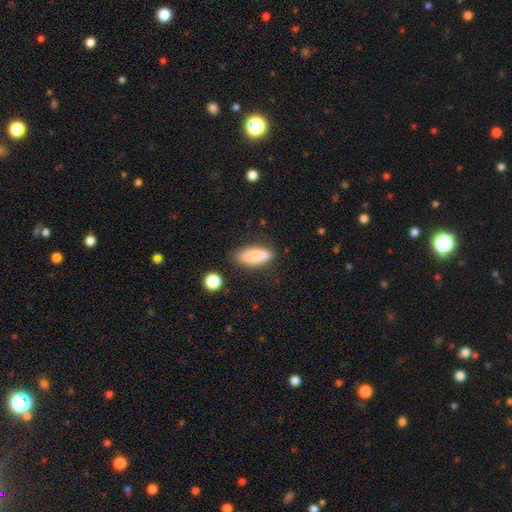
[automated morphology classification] smooth-or-featured: smooth: 74% | featured or disk: 18% | star or artifact: 8%
  how-rounded: in between: 86% | cigar-shaped: 11% | round: 3%
  merging: none: 58% | minor disturbance: 23% | merger: 13% | major disturbance: 7%